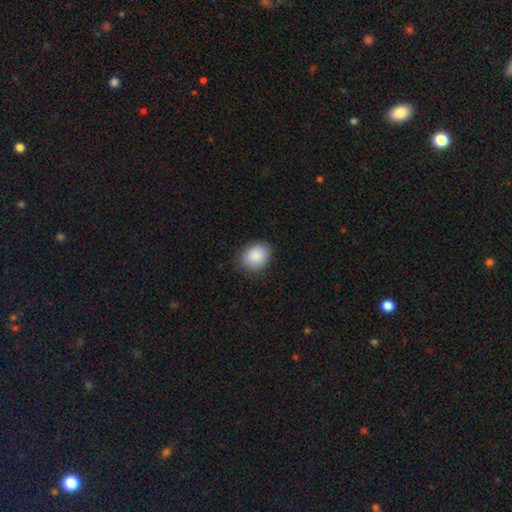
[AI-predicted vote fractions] Overall: smooth (88%). How rounded: in between (59%; round 41%). Merging: none (82%).